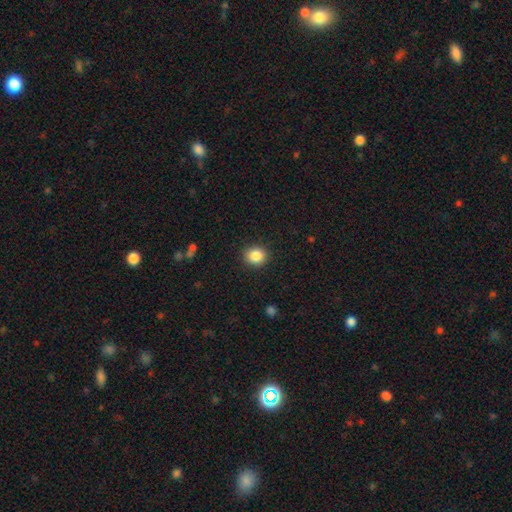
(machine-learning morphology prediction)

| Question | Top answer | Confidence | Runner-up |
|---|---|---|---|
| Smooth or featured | smooth | 86% | star or artifact (10%) |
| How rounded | round | 82% | in between (17%) |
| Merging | none | 90% | minor disturbance (7%) |